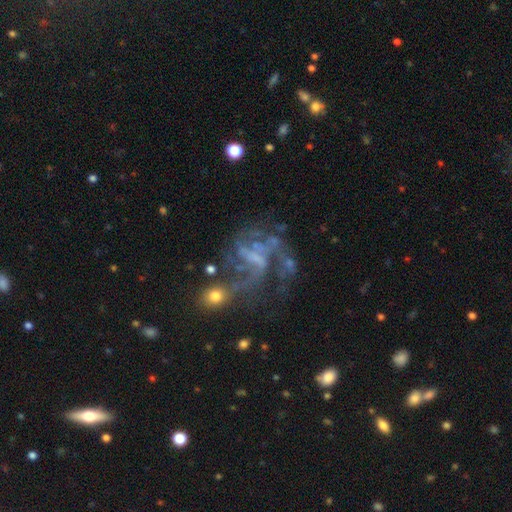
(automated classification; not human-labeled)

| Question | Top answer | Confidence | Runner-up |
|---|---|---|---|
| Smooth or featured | featured or disk | 76% | star or artifact (13%) |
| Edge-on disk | no | 97% | yes (3%) |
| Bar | weak | 40% | no (39%) |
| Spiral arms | yes | 76% | no (24%) |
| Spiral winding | medium | 40% | tied: loose (40%) |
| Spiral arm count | can't tell | 32% | 3 (23%) |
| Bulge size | none | 55% | small (25%) |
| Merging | major disturbance | 40% | none (34%) |